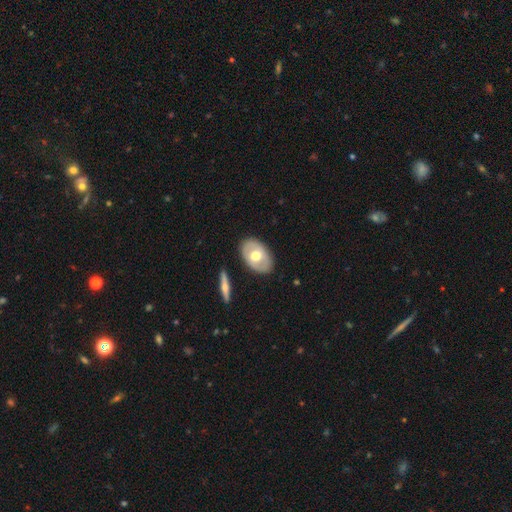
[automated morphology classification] smooth_or_featured: featured or disk (p=0.50) [alt: smooth p=0.45]
disk_edge_on: no (p=0.85) [alt: yes p=0.15]
merging: none (p=0.85) [alt: minor disturbance p=0.10]